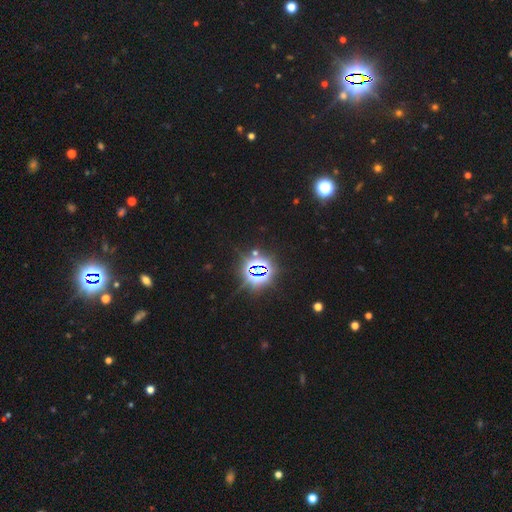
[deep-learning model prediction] A star or artifact, not a galaxy (81%).